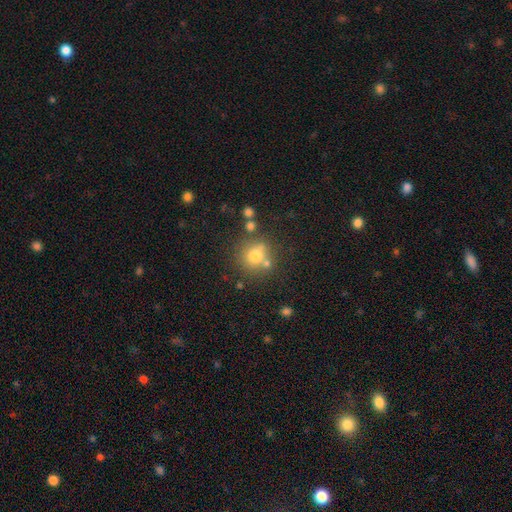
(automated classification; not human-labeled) A smooth galaxy with no disk features (72%) that is round (85%).

Vote fractions:
- Smooth or featured? smooth: 72% / star or artifact: 14% / featured or disk: 13%
- How rounded? round: 85% / in between: 14% / cigar-shaped: 1%
- Merging? none: 65% / merger: 17% / minor disturbance: 13% / major disturbance: 5%